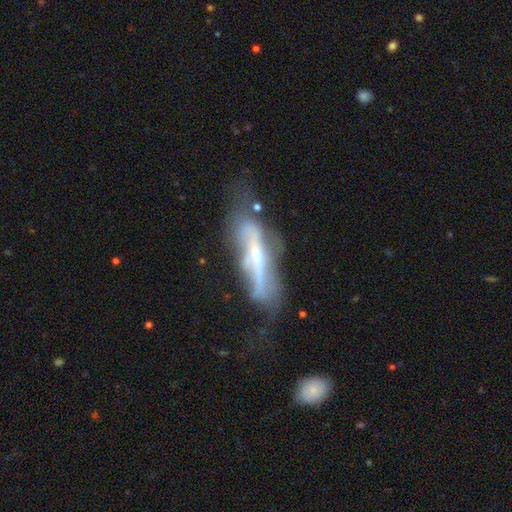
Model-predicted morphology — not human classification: Smooth or featured?
  - featured or disk: 72% *
  - smooth: 20%
  - star or artifact: 8%
Edge-on disk?
  - yes: 63% *
  - no: 37%
Merging?
  - none: 44% *
  - minor disturbance: 27%
  - major disturbance: 24%
  - merger: 5%